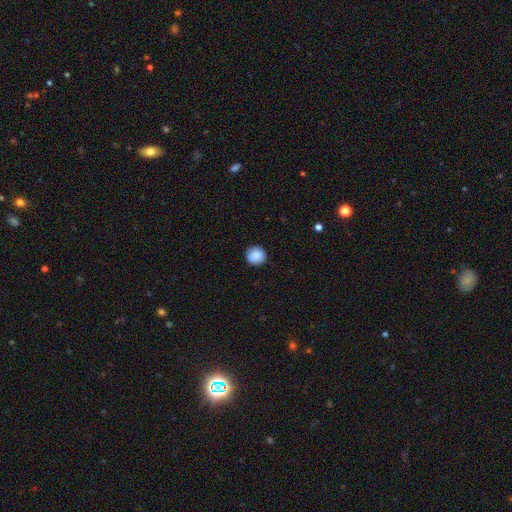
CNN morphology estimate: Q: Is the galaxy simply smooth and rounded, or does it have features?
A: smooth — 88%.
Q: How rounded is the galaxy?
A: round — 93%.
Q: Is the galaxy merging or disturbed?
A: none — 90%.